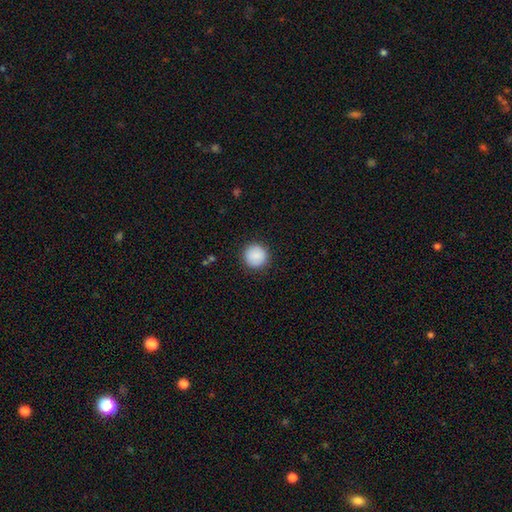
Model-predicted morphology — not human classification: smooth_or_featured: smooth (p=0.89) [alt: star or artifact p=0.08]
how_rounded: round (p=0.96) [alt: in between p=0.03]
merging: none (p=0.91) [alt: minor disturbance p=0.06]